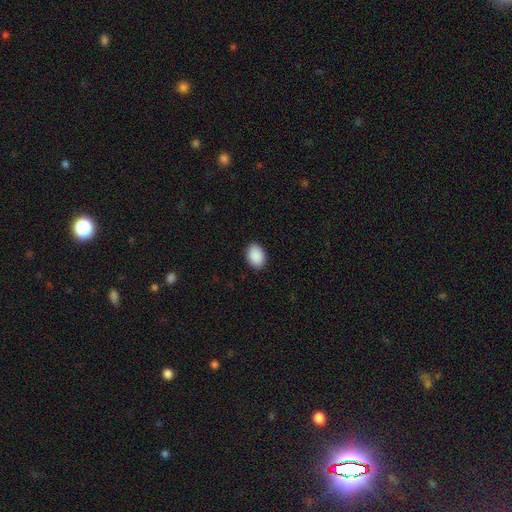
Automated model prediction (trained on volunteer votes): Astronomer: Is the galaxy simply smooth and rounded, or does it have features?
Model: smooth — 91%.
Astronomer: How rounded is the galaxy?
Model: in between — 76%.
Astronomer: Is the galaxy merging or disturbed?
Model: none — 89%.